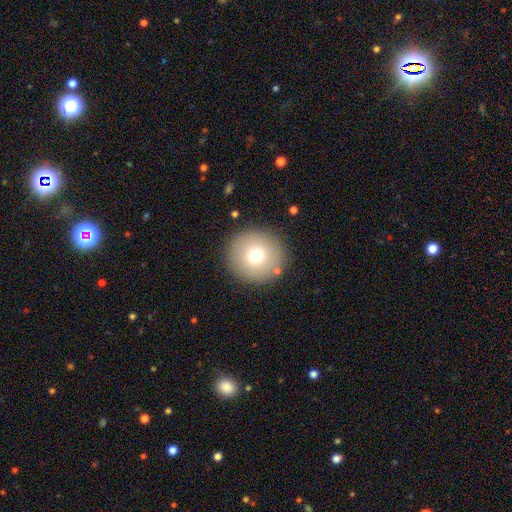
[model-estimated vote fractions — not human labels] This is likely a smooth galaxy (72%). How rounded: clearly round (95%). Merging: clearly none (89%).